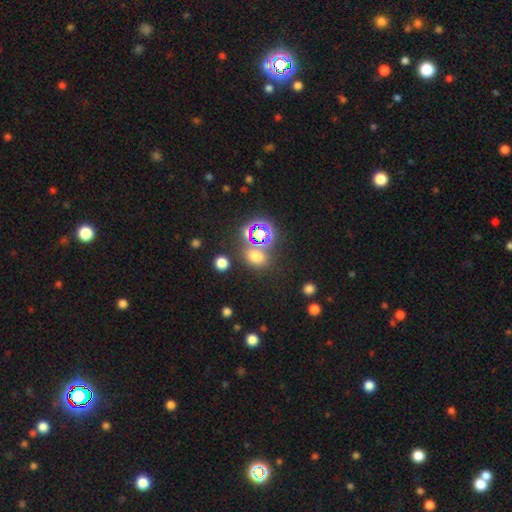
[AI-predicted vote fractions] Morphology: type=smooth (60%); roundness=round (51%); merging=none (72%).